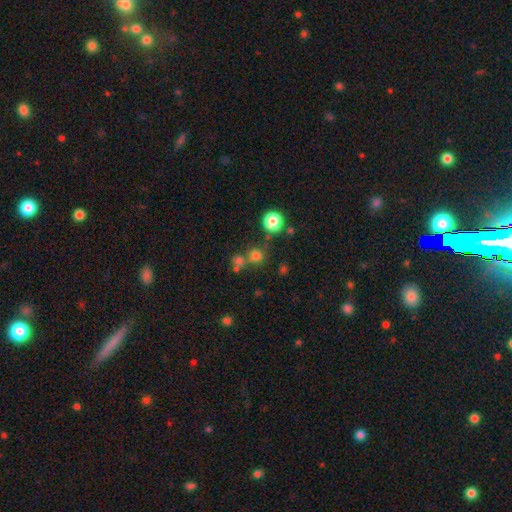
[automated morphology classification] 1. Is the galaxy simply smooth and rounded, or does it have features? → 72% smooth, 20% star or artifact, 8% featured or disk.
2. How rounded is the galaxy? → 88% round, 11% in between, 1% cigar-shaped.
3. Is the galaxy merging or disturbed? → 65% none, 21% merger, 9% minor disturbance, 4% major disturbance.